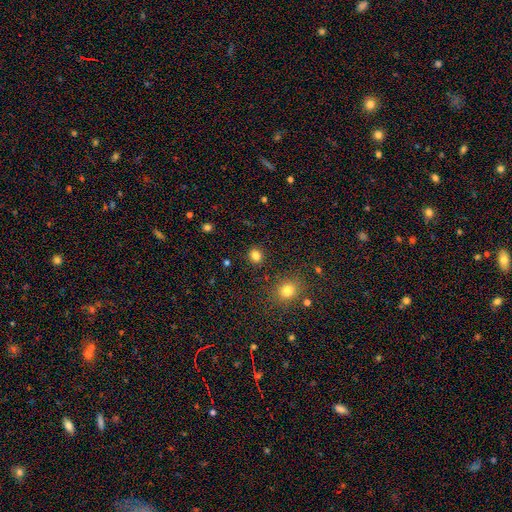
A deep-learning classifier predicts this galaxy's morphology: Smooth or featured?
  - smooth: 83% *
  - star or artifact: 13%
  - featured or disk: 5%
How rounded?
  - round: 75% *
  - in between: 24%
  - cigar-shaped: 1%
Merging?
  - none: 88% *
  - minor disturbance: 7%
  - major disturbance: 3%
  - merger: 2%